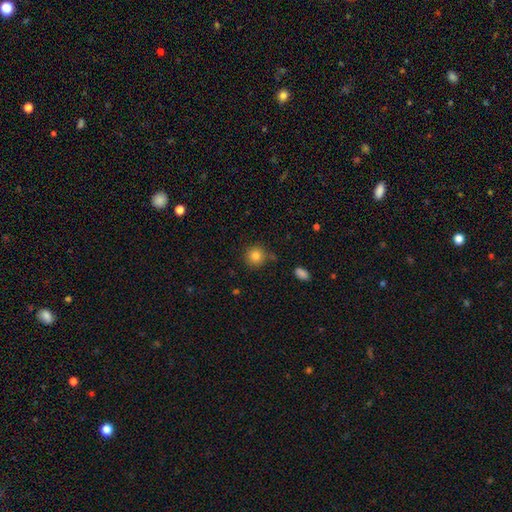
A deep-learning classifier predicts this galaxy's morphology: smooth 82%, star or artifact 11%, featured or disk 7%. Down the decision tree: how rounded — round (91%); merging — none (81%).